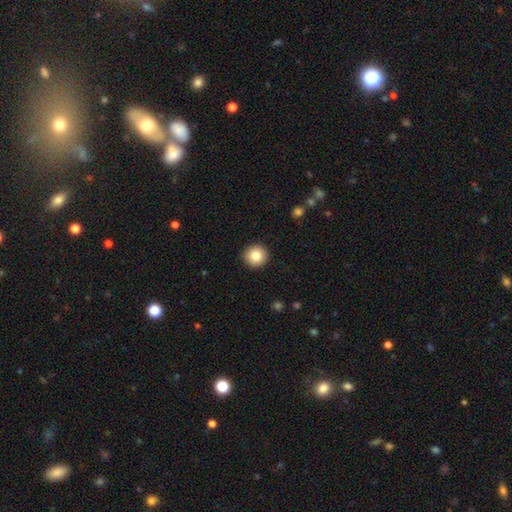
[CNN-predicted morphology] This is clearly a smooth galaxy (83%). How rounded: clearly round (95%). Merging: clearly none (92%).